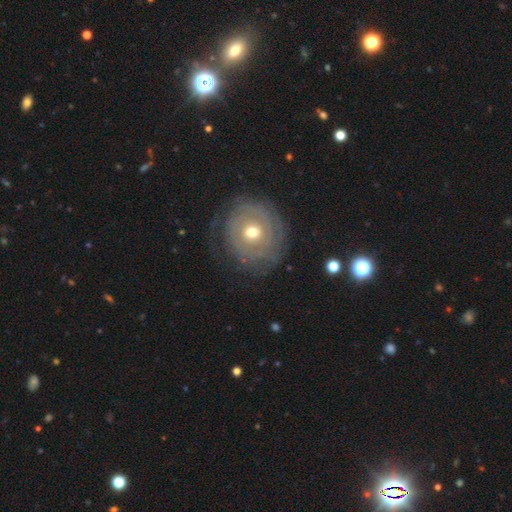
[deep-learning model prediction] Smooth or featured? Predicted: featured or disk (p=0.60). Edge-on disk? Predicted: no (p=0.95). Bar? Predicted: no (p=0.75). Spiral arms? Predicted: yes (p=0.66). Bulge size? Predicted: moderate (p=0.58). Merging? Predicted: none (p=0.81).